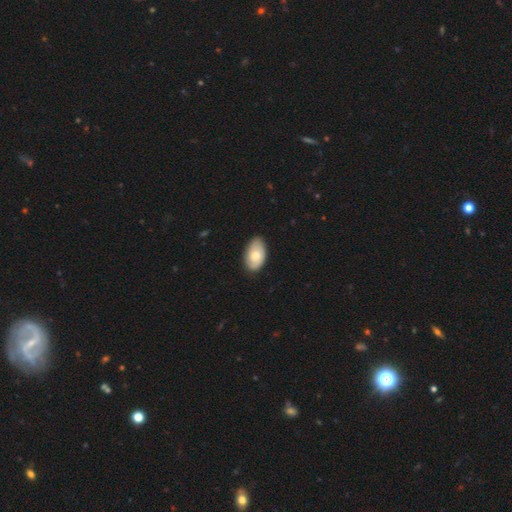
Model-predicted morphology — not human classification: type=smooth (61%); roundness=in between (92%); merging=none (79%).